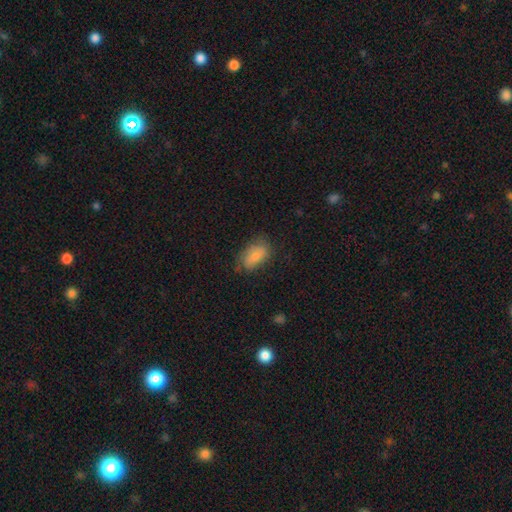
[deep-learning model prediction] smooth-or-featured: smooth: 74% | featured or disk: 17% | star or artifact: 8%
  how-rounded: in between: 90% | round: 6% | cigar-shaped: 4%
  merging: none: 68% | minor disturbance: 24% | major disturbance: 7% | merger: 1%